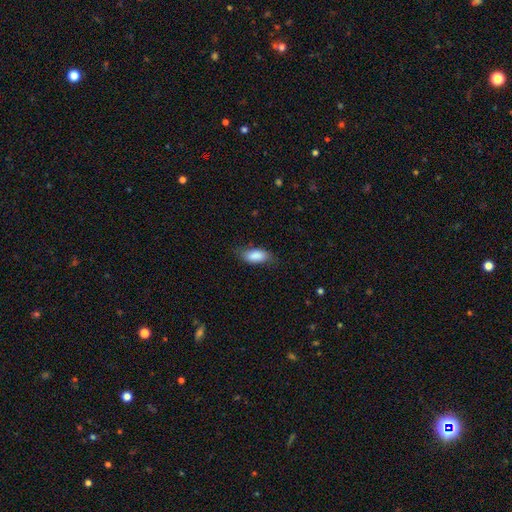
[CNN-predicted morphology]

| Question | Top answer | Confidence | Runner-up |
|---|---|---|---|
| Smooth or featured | smooth | 86% | featured or disk (8%) |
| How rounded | in between | 86% | cigar-shaped (11%) |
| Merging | none | 69% | minor disturbance (24%) |